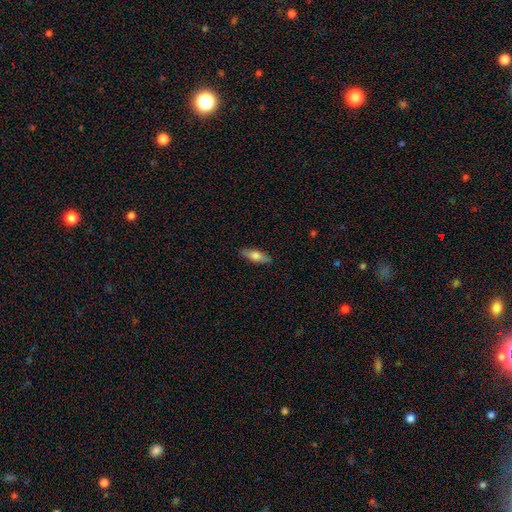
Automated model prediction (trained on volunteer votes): This appears to be a smooth galaxy with no disk features (65%) that is in between round and cigar-shaped (51%). Merging: none (87%).